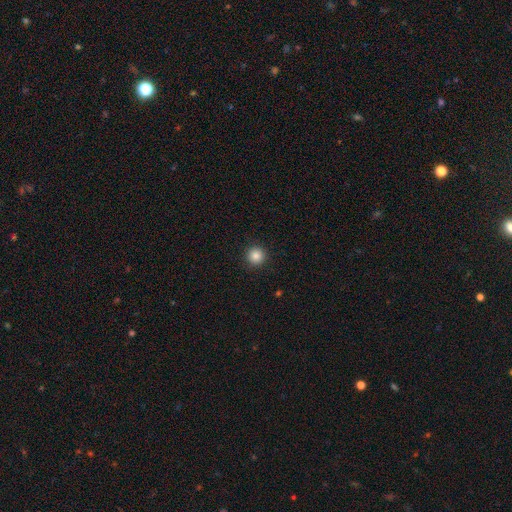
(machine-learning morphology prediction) Q: Smooth or featured?
A: smooth (85%); runner-up: star or artifact (11%)
Q: How rounded?
A: round (96%); runner-up: in between (3%)
Q: Merging?
A: none (93%); runner-up: minor disturbance (5%)